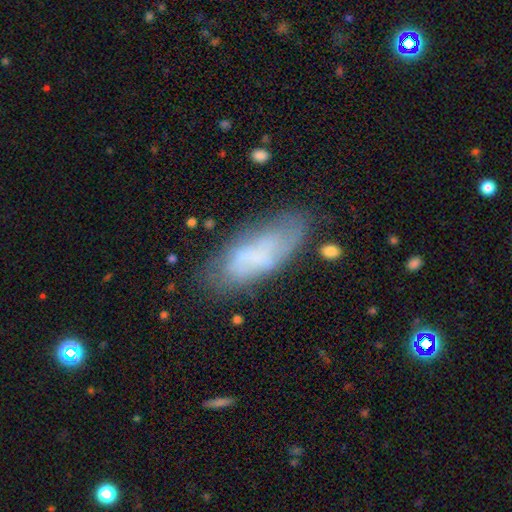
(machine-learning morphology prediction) Smooth or featured? smooth (58%)
How rounded? in between (76%)
Merging? none (58%)